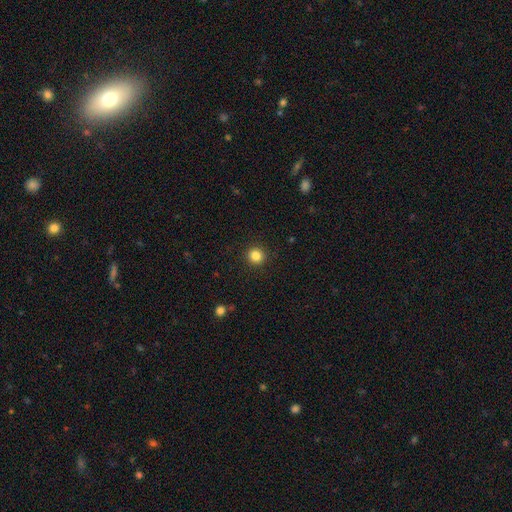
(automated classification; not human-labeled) The model was most divided on "smooth or featured": smooth: 84%, star or artifact: 12%, featured or disk: 4%. More confident: how rounded — round (94%); merging — none (93%).